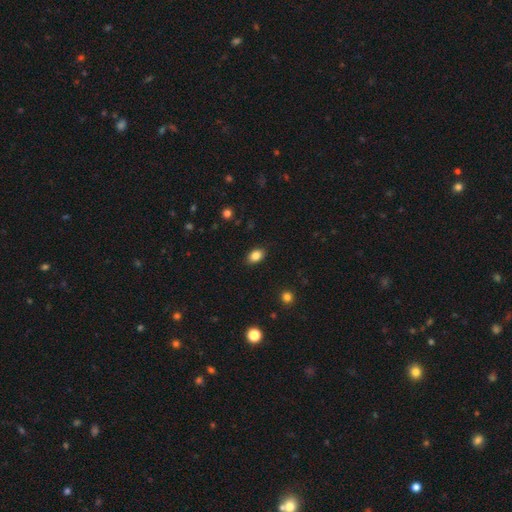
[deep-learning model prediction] Overall: smooth (85%). How rounded: in between (82%). Merging: none (87%).